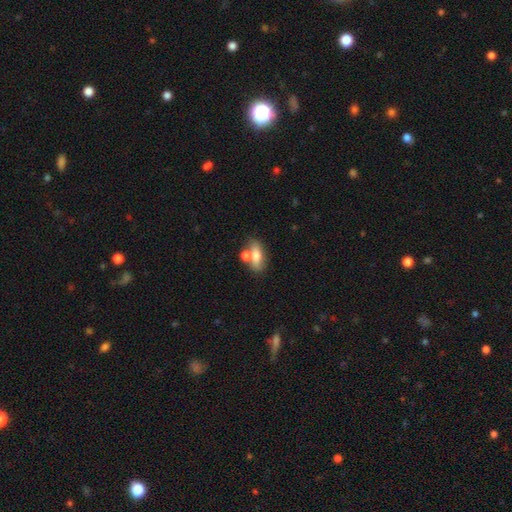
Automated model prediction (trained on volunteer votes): Morphology: type=smooth (67%); roundness=in between (72%); merging=none (54%).